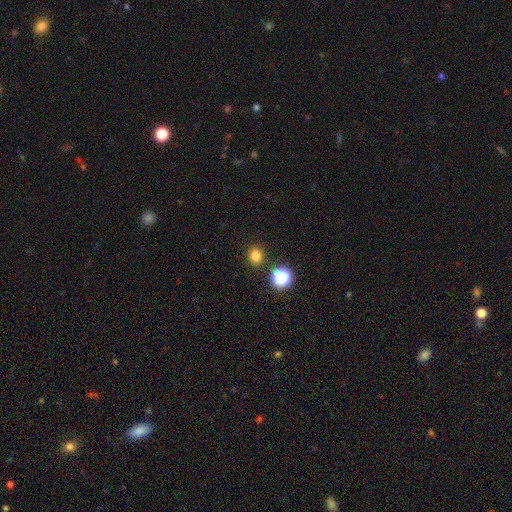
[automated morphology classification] This appears to be a smooth galaxy with no disk features (78%) that is round (78%). Merging: none (87%).